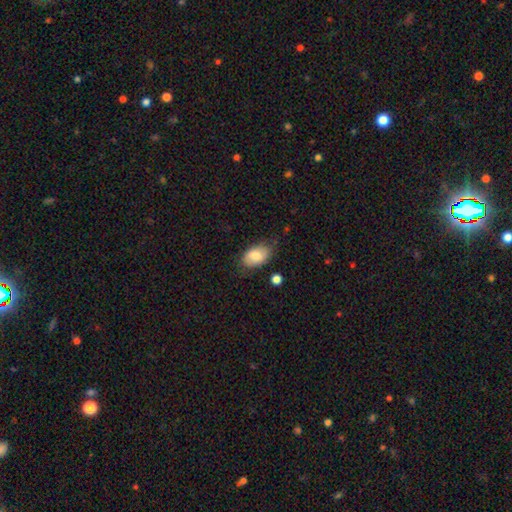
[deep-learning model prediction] Smooth or featured? smooth (79%)
How rounded? in between (91%)
Merging? none (74%)